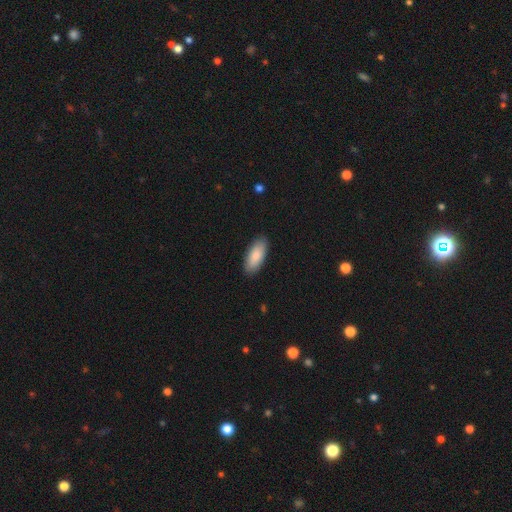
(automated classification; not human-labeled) This appears to be a smooth galaxy with no disk features (86%) that is in between round and cigar-shaped (84%). Merging: none (88%).